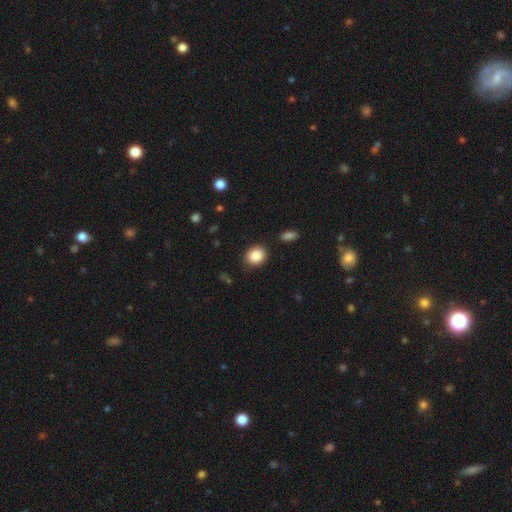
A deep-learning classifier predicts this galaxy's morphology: A smooth galaxy with no disk features (88%) that is round (61%). Merging: none (85%).